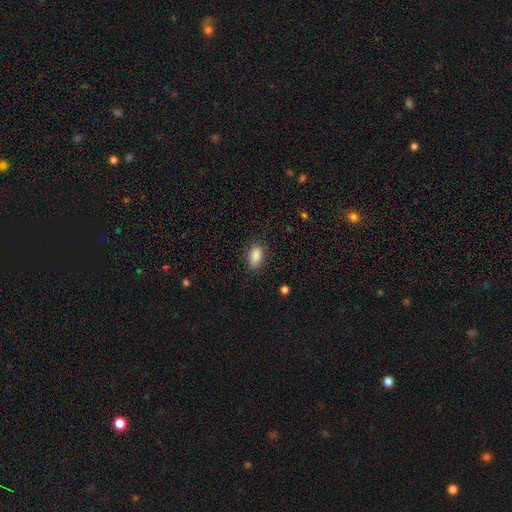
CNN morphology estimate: Q: Smooth or featured?
A: smooth (88%); runner-up: star or artifact (8%)
Q: How rounded?
A: in between (90%); runner-up: round (8%)
Q: Merging?
A: none (85%); runner-up: minor disturbance (11%)